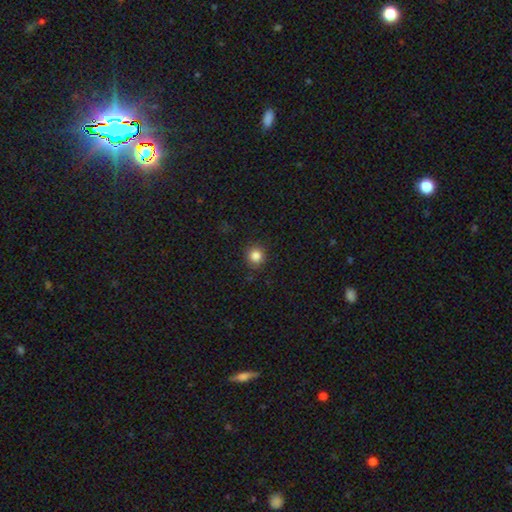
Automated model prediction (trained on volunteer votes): Smooth or featured: smooth — 84% (star or artifact — 11%)
How rounded: round — 92% (in between — 7%)
Merging: none — 90% (minor disturbance — 7%)